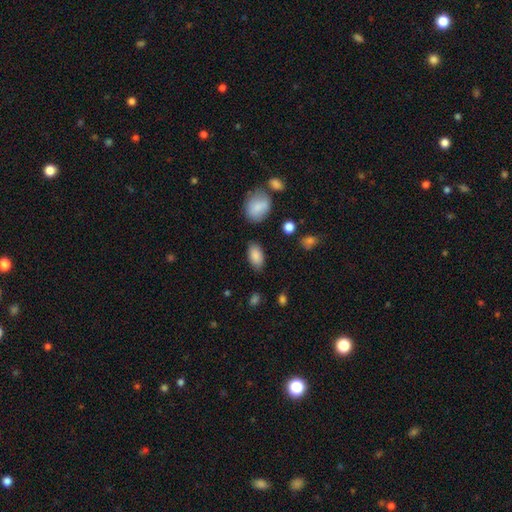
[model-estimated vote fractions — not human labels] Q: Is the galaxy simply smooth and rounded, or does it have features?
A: smooth — 87%.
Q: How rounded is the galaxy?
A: in between — 94%.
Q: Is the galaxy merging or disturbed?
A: none — 82%.